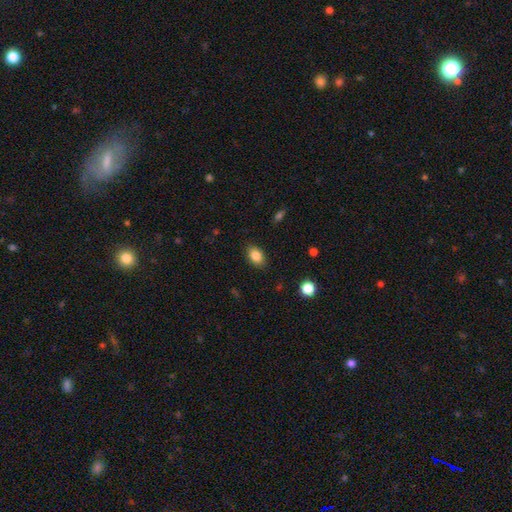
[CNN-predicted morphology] smooth-or-featured: smooth: 86% | star or artifact: 9% | featured or disk: 5%
  how-rounded: in between: 85% | round: 14% | cigar-shaped: 1%
  merging: none: 86% | minor disturbance: 11% | major disturbance: 3% | merger: 1%